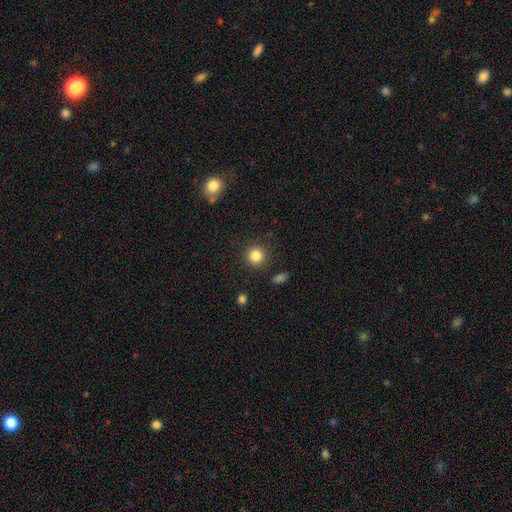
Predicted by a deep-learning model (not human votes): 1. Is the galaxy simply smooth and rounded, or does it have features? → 84% smooth, 11% star or artifact, 5% featured or disk.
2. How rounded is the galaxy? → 92% round, 7% in between, 1% cigar-shaped.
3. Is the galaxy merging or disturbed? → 89% none, 7% minor disturbance, 2% major disturbance, 2% merger.